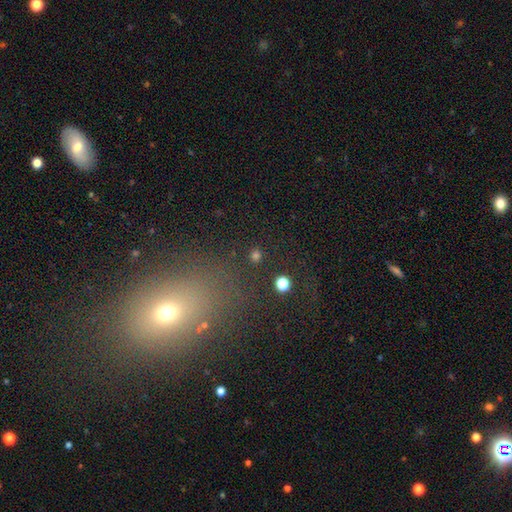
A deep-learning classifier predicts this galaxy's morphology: Smooth or featured: smooth — 49% (star or artifact — 35%)
Merging: none — 73% (minor disturbance — 12%)